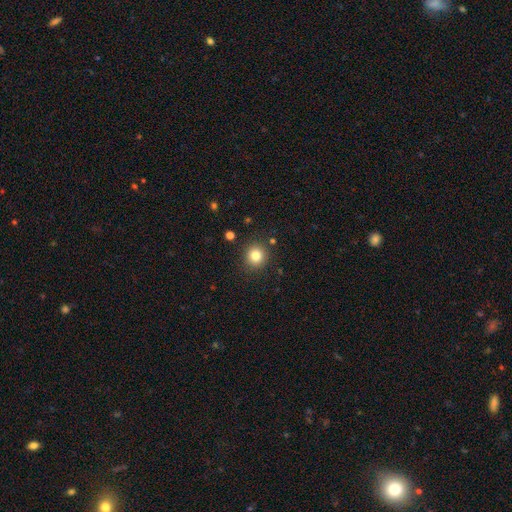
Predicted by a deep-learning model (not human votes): smooth-or-featured: smooth: 82% | star or artifact: 12% | featured or disk: 6%
  how-rounded: round: 92% | in between: 7% | cigar-shaped: 1%
  merging: none: 89% | minor disturbance: 6% | major disturbance: 2% | merger: 2%